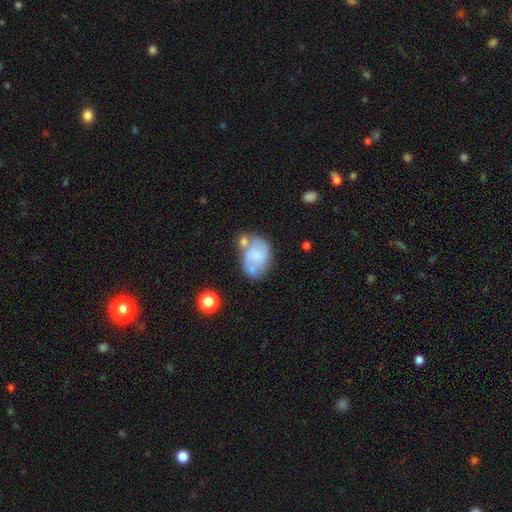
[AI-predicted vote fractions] A featured or disk galaxy (49%). Merging: none (39%).